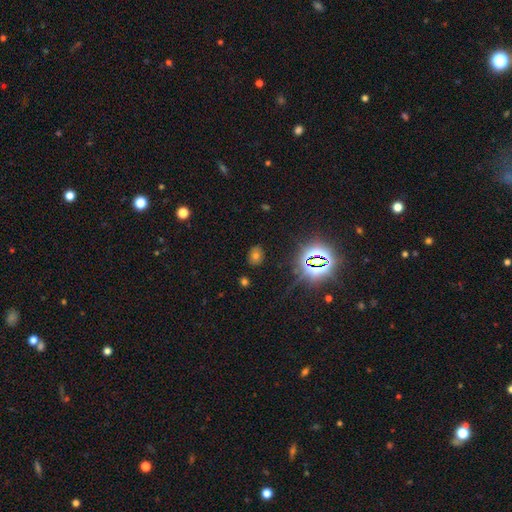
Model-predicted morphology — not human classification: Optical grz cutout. It shows a smooth galaxy with no disk features (49%). Merging: none (83%).